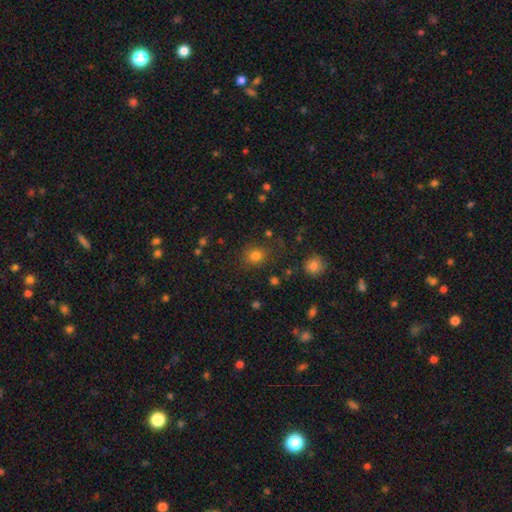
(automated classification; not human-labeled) Overall: smooth (79%). How rounded: round (76%). Merging: none (80%).